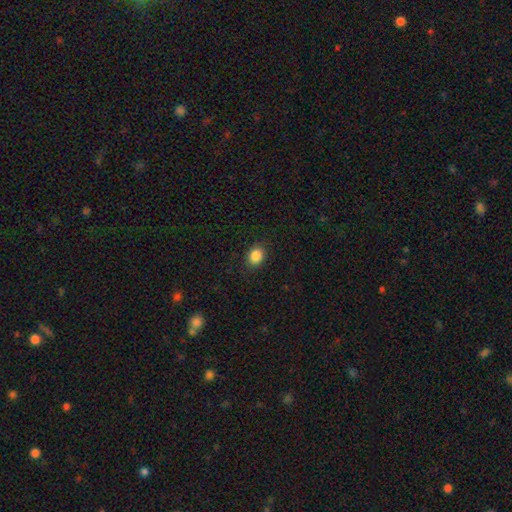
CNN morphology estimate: Q: Smooth or featured?
A: smooth (87%); runner-up: star or artifact (9%)
Q: How rounded?
A: in between (55%); runner-up: round (44%)
Q: Merging?
A: none (88%); runner-up: minor disturbance (9%)